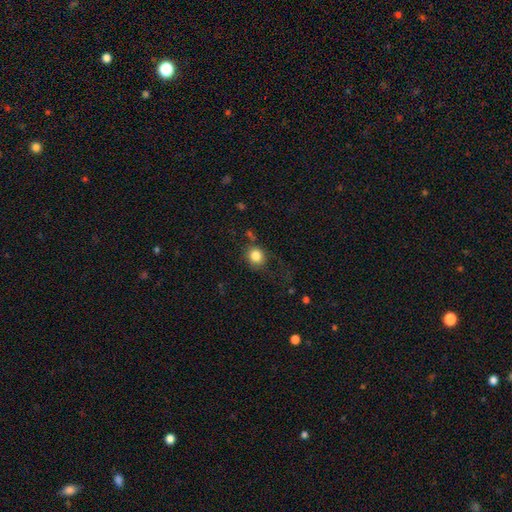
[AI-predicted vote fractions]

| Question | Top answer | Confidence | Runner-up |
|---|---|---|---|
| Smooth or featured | smooth | 83% | star or artifact (10%) |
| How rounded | round | 80% | in between (19%) |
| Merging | none | 71% | minor disturbance (17%) |